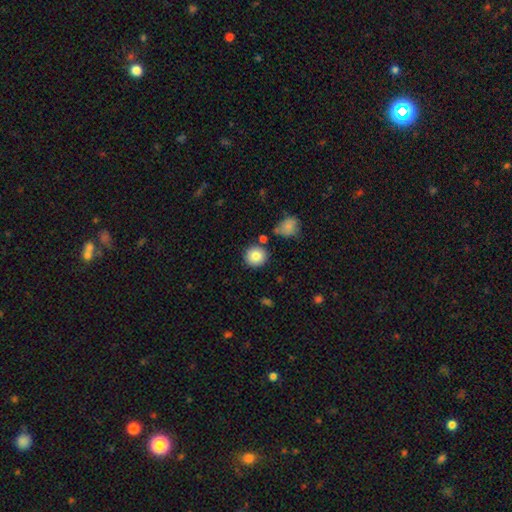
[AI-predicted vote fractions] smooth 84%, star or artifact 9%, featured or disk 7%. Down the decision tree: how rounded — round (90%); merging — none (82%).